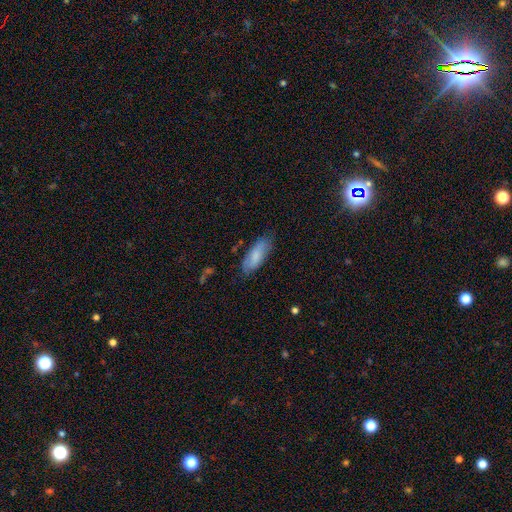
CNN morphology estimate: Smooth or featured? Predicted: smooth (p=0.74). How rounded? Predicted: in between (p=0.75). Merging? Predicted: none (p=0.71).